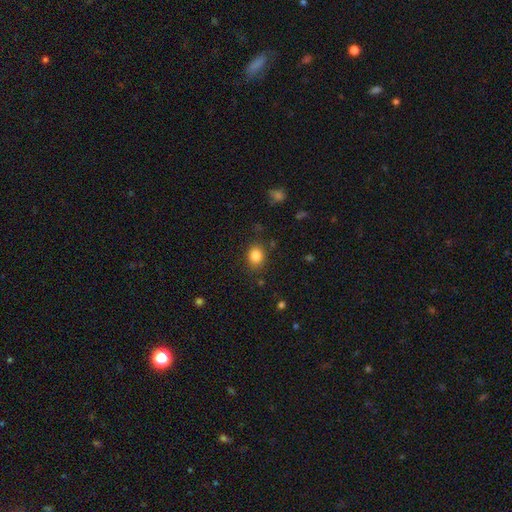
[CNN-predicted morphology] Overall: smooth (85%). How rounded: round (52%; in between 47%). Merging: none (84%).